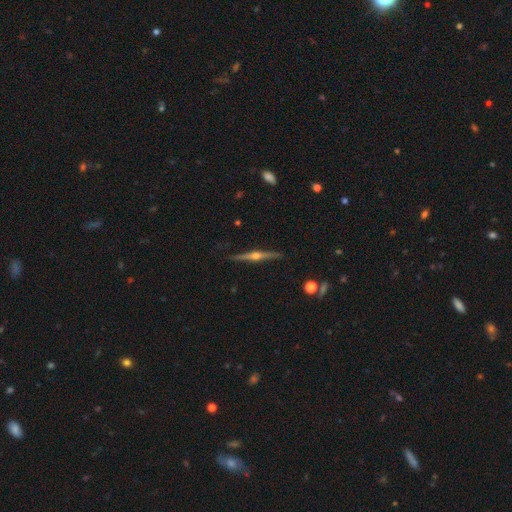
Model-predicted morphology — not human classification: featured or disk 82%, smooth 13%, star or artifact 5%. Down the decision tree: edge-on disk — yes (98%); edge-on bulge — rounded (94%); merging — none (89%).